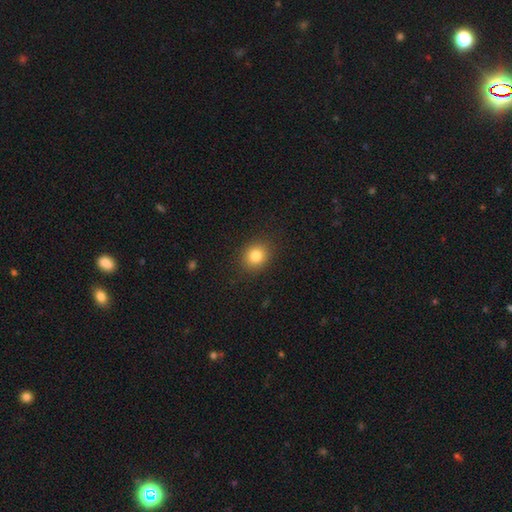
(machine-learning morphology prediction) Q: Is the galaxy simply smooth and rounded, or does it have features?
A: smooth — 83%.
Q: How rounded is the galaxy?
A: round — 72%.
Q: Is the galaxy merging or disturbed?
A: none — 88%.